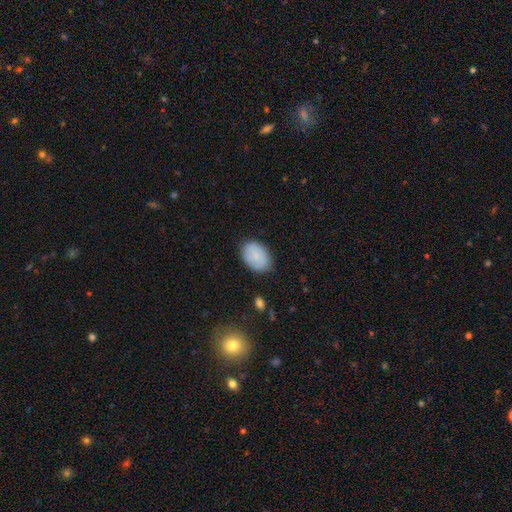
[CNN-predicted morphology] type=smooth (81%); roundness=in between (83%); merging=none (80%).